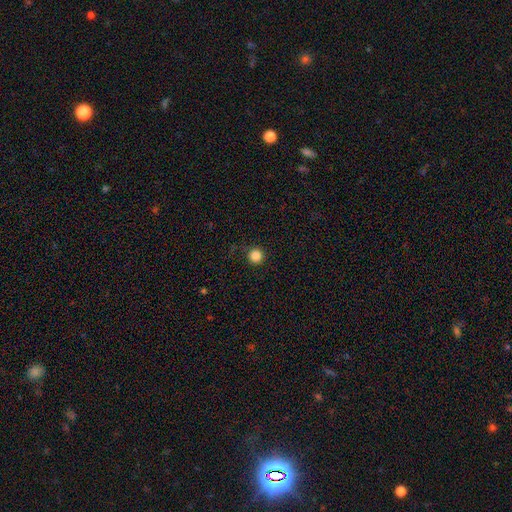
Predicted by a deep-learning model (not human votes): The model was most divided on "smooth or featured": smooth: 85%, star or artifact: 11%, featured or disk: 4%. More confident: how rounded — round (96%); merging — none (89%).